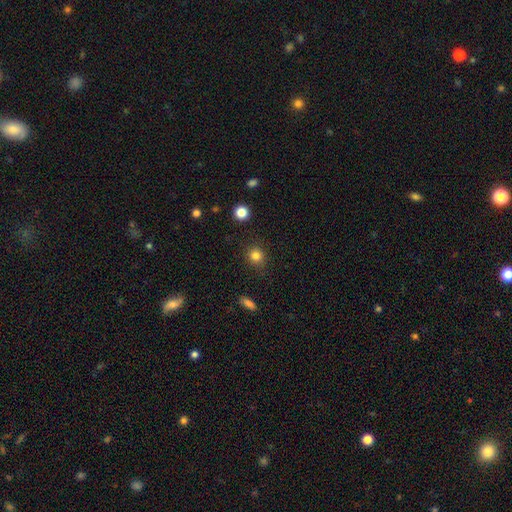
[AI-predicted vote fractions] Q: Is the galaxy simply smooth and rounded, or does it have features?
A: smooth — 83%.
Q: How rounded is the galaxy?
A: round — 83%.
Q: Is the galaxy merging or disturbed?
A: none — 86%.